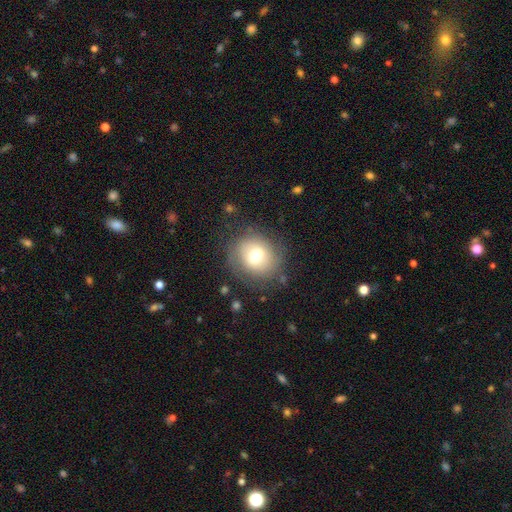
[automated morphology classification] This appears to be a smooth galaxy with no disk features (64%) that is round (82%). Merging: none (76%).